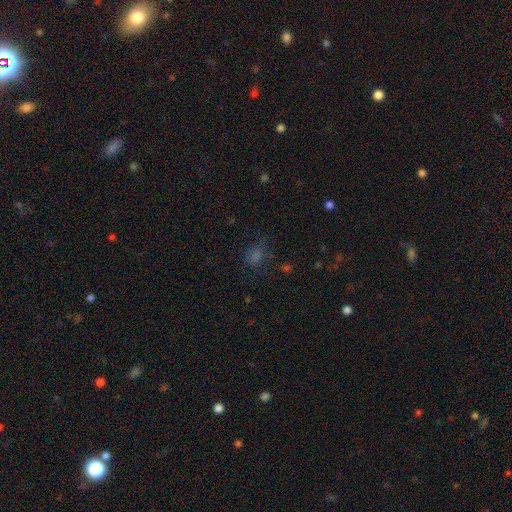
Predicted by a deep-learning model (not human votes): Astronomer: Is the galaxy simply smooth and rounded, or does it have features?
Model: smooth — 50% (runner-up: star or artifact, 37%).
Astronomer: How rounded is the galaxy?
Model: in between — 52% (runner-up: round, 46%).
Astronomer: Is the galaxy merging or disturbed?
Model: none — 67%.